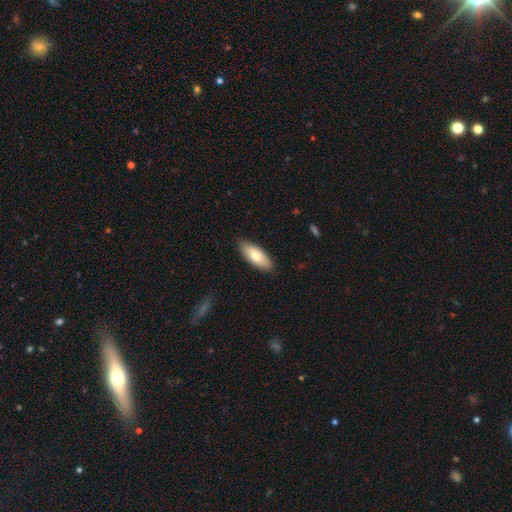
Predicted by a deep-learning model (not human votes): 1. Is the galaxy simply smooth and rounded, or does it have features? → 75% smooth, 20% featured or disk, 6% star or artifact.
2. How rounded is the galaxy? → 80% in between, 18% cigar-shaped, 2% round.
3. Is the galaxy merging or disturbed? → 88% none, 9% minor disturbance, 2% major disturbance, 1% merger.